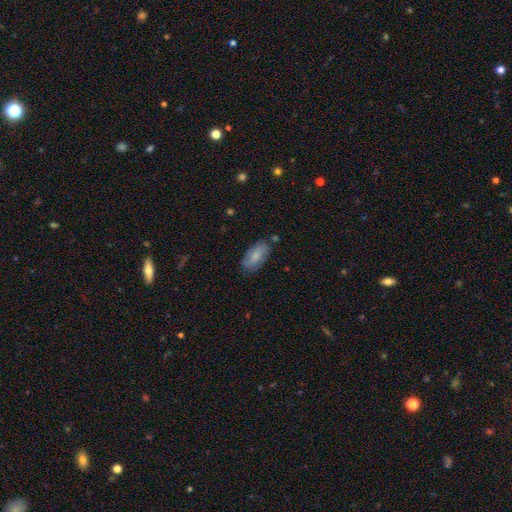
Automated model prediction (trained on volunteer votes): The model was most divided on "smooth or featured": smooth: 69%, featured or disk: 24%, star or artifact: 7%. More confident: how rounded — in between (90%); merging — none (75%).